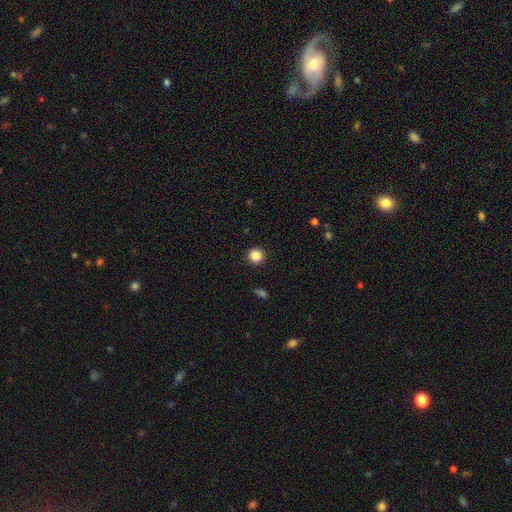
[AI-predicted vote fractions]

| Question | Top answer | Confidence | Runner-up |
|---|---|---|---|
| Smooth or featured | smooth | 86% | star or artifact (11%) |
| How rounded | round | 95% | in between (4%) |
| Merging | none | 92% | minor disturbance (5%) |